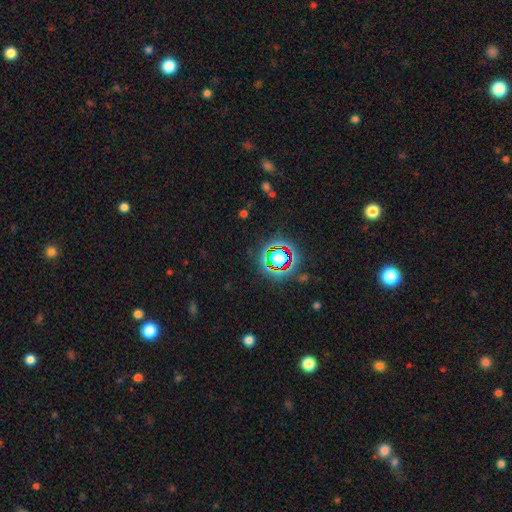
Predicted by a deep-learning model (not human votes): This is likely a star or artifact rather than a galaxy (77%).